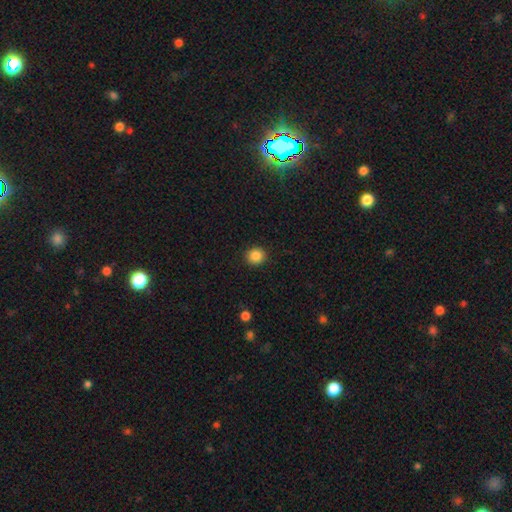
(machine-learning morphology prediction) A smooth galaxy with no disk features (86%) that is round (89%).

Vote fractions:
- Smooth or featured? smooth: 86% / star or artifact: 10% / featured or disk: 4%
- How rounded? round: 89% / in between: 10% / cigar-shaped: 1%
- Merging? none: 92% / minor disturbance: 5% / major disturbance: 2% / merger: 1%